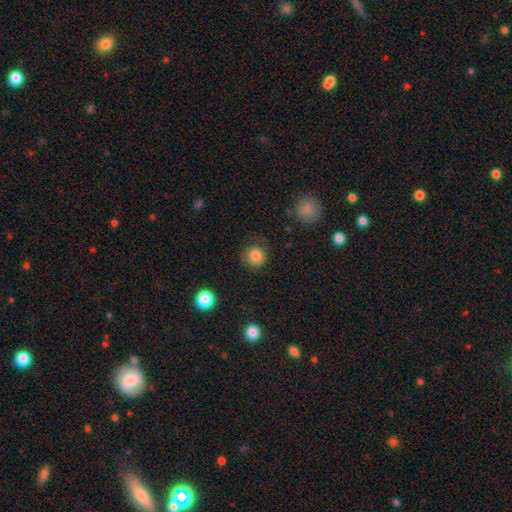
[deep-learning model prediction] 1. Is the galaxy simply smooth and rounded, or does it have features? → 83% smooth, 11% star or artifact, 6% featured or disk.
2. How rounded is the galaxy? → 90% round, 9% in between, 1% cigar-shaped.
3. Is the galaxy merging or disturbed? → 80% none, 14% minor disturbance, 5% major disturbance, 1% merger.